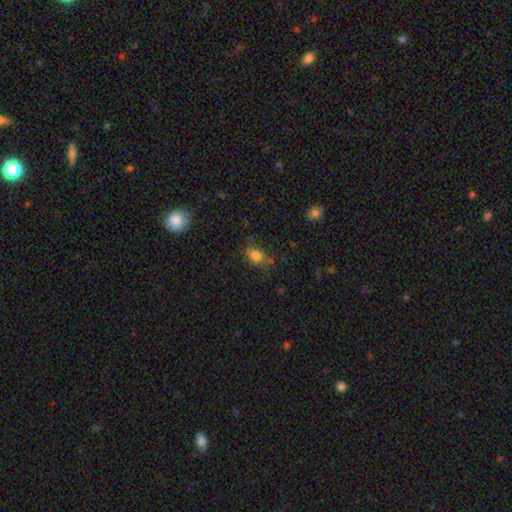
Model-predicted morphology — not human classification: This appears to be a smooth galaxy with no disk features (78%) that is in between round and cigar-shaped (68%). Merging: none (66%).